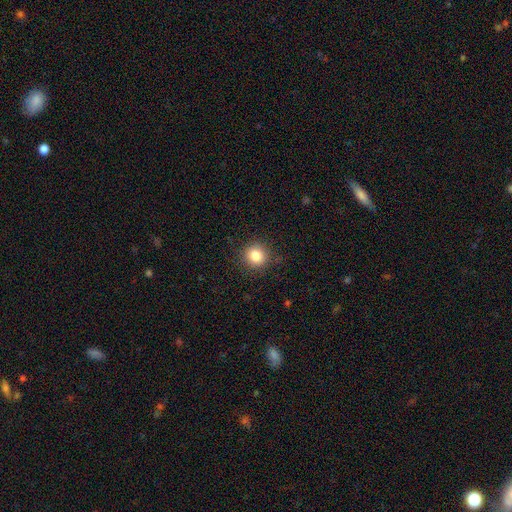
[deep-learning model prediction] smooth 83%, star or artifact 11%, featured or disk 6%. Down the decision tree: how rounded — round (93%); merging — none (88%).